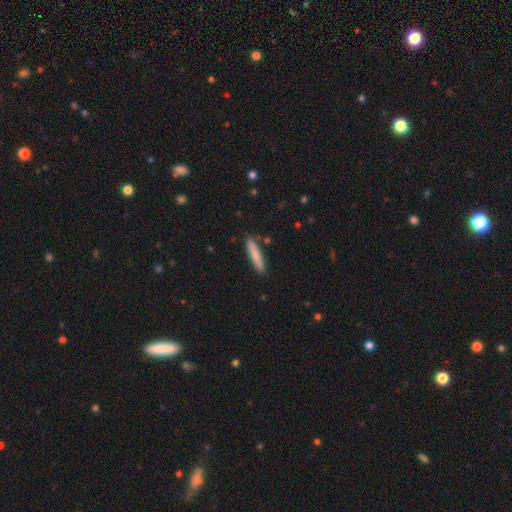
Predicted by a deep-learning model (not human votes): This is likely a smooth galaxy (77%). How rounded: clearly cigar-shaped (89%). Merging: clearly none (87%).